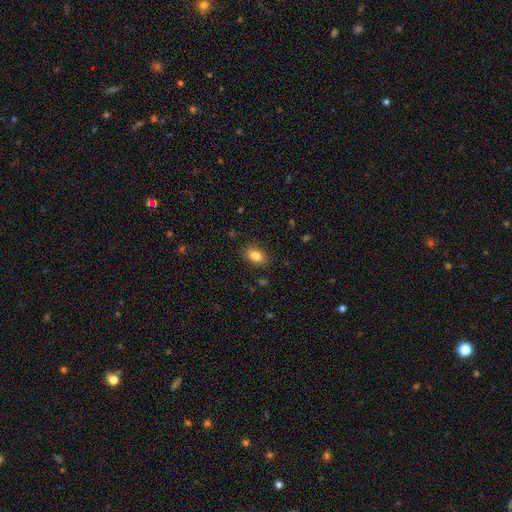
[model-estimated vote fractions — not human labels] Q: Smooth or featured?
A: smooth (84%); runner-up: star or artifact (9%)
Q: How rounded?
A: in between (88%); runner-up: round (9%)
Q: Merging?
A: none (86%); runner-up: minor disturbance (10%)